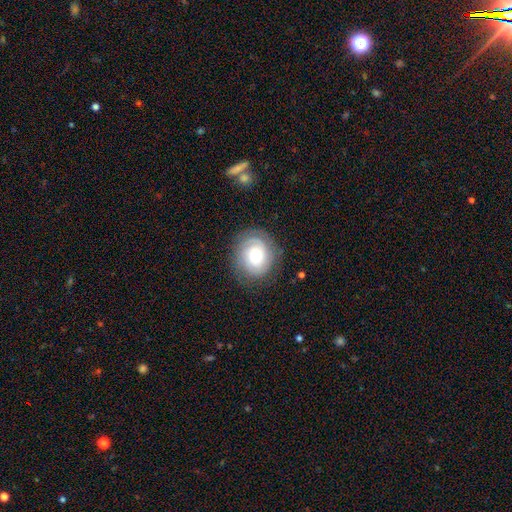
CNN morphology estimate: Smooth or featured: featured or disk — 55% (smooth — 37%)
Edge-on disk: no — 97% (yes — 3%)
Bar: no — 74% (weak — 21%)
Spiral arms: yes — 86% (no — 14%)
Bulge size: moderate — 54% (large — 24%)
Merging: none — 79% (minor disturbance — 14%)